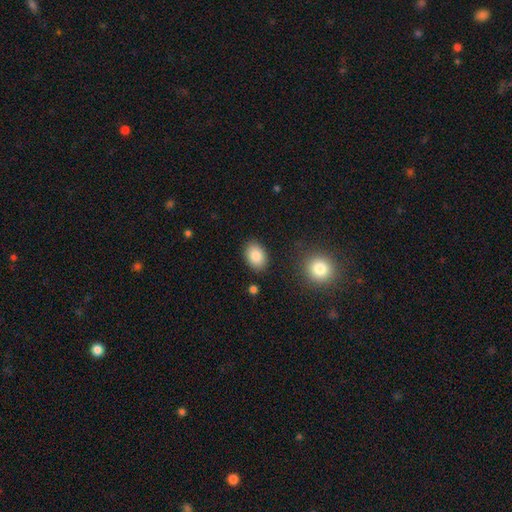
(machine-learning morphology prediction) smooth-or-featured: smooth: 87% | star or artifact: 8% | featured or disk: 6%
  how-rounded: in between: 82% | round: 17% | cigar-shaped: 1%
  merging: none: 85% | minor disturbance: 10% | major disturbance: 3% | merger: 2%